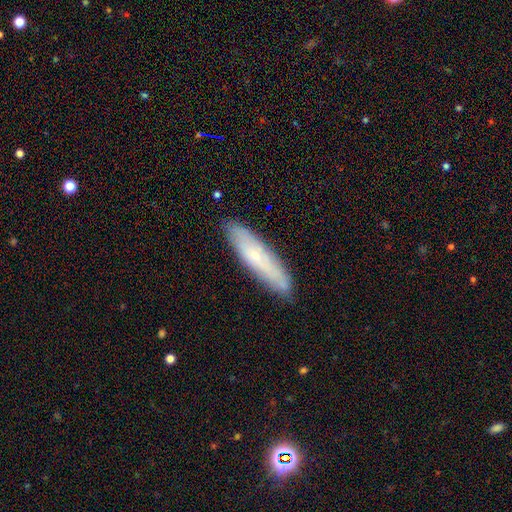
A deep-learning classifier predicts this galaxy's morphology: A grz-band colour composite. It shows a smooth galaxy with no disk features (49%). Merging: none (83%).